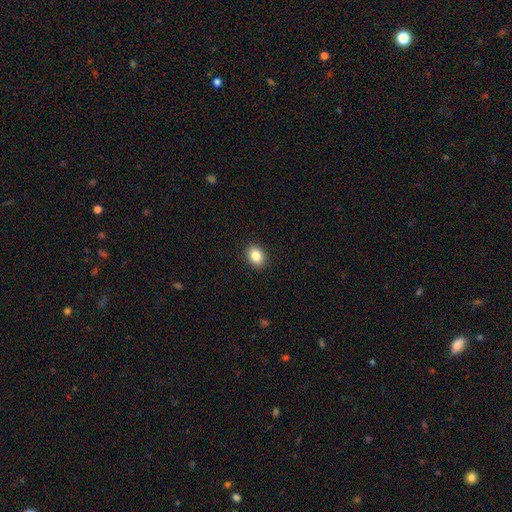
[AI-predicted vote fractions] smooth-or-featured: smooth: 86% | star or artifact: 9% | featured or disk: 5%
  how-rounded: in between: 62% | round: 37% | cigar-shaped: 1%
  merging: none: 91% | minor disturbance: 6% | major disturbance: 2% | merger: 1%